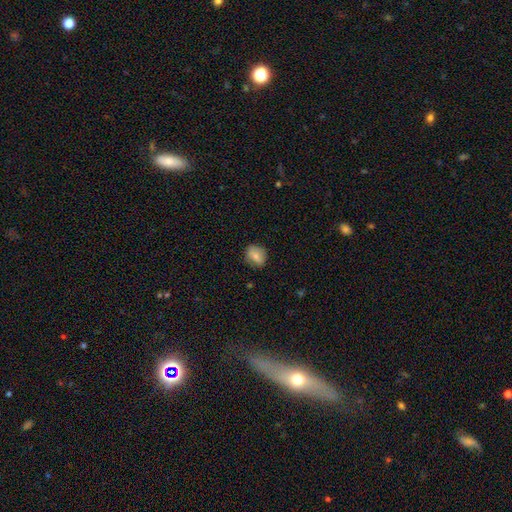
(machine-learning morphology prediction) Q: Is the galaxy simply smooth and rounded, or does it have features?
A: smooth — 73%.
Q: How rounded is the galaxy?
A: round — 56%.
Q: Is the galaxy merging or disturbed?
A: none — 76%.